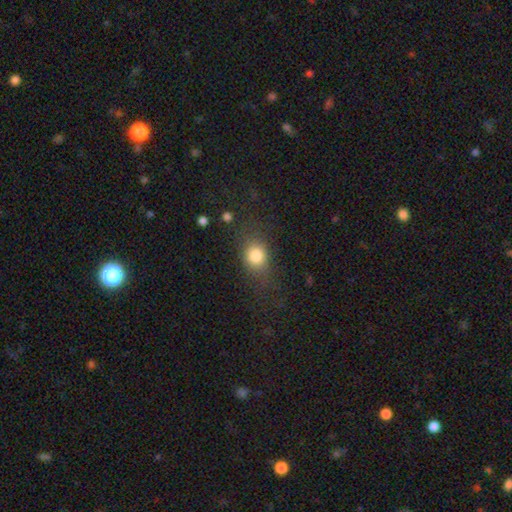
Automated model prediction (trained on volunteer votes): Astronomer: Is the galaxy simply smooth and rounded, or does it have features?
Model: smooth — 80%.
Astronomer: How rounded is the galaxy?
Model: round — 49% (runner-up: in between, 48%).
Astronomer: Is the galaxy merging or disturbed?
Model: none — 66%.